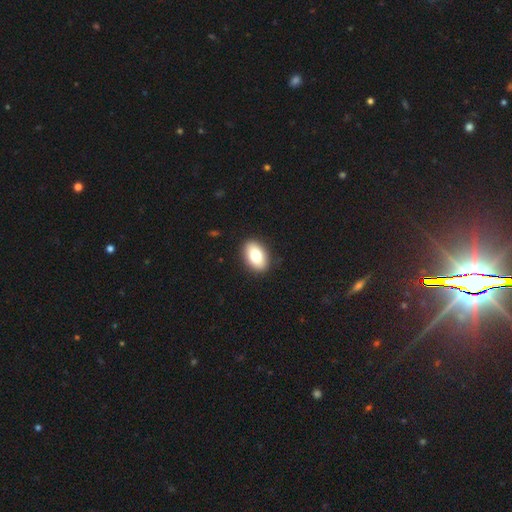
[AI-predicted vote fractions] Smooth or featured? smooth (80%)
How rounded? in between (90%)
Merging? none (90%)